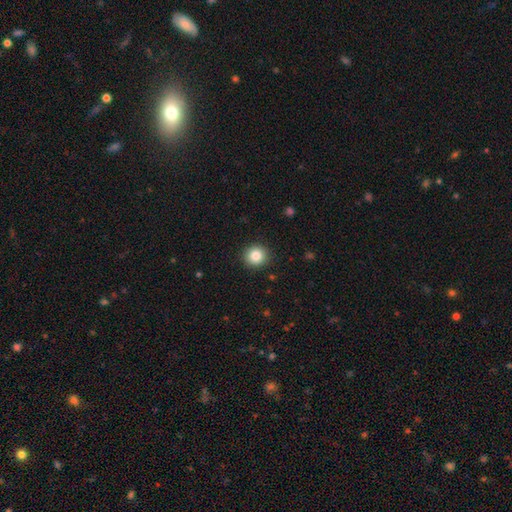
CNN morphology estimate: A smooth galaxy with no disk features (85%) that is round (90%). Merging: none (91%).